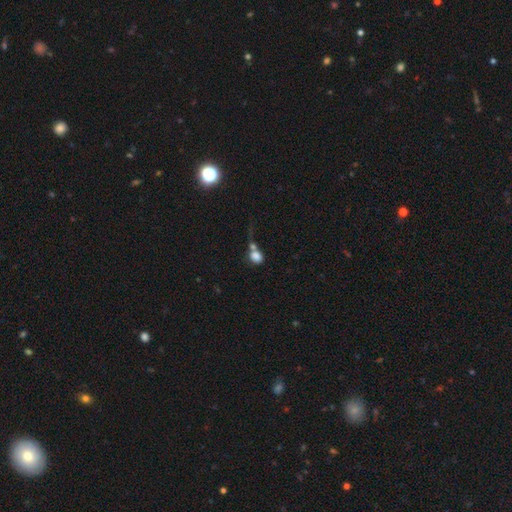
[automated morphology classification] This appears to be a smooth galaxy with no disk features (80%) that is in between round and cigar-shaped (51%). Merging: merger (45%).